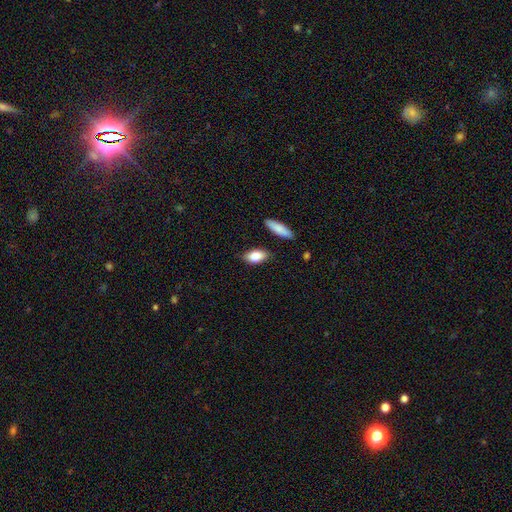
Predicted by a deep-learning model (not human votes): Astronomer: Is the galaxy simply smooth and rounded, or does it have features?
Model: smooth — 86%.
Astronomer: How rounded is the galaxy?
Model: in between — 88%.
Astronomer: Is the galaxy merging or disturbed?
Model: none — 80%.